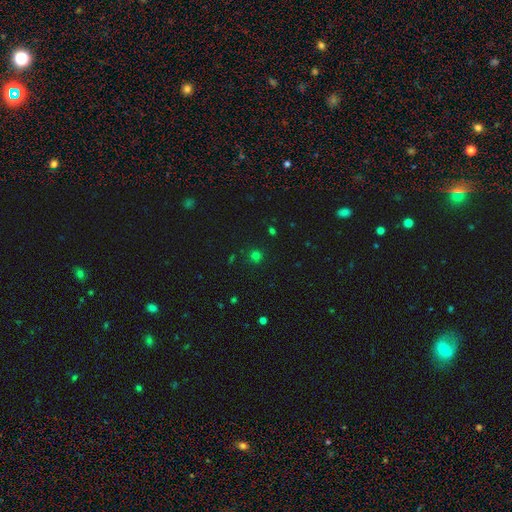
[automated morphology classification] type=smooth (72%); roundness=round (94%); merging=none (89%).